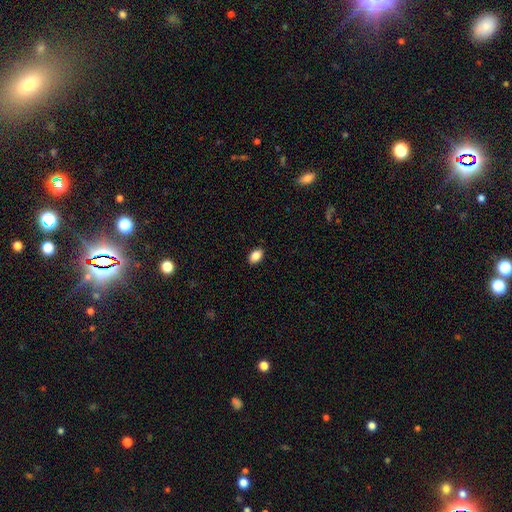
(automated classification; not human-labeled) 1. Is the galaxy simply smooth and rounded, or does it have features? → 87% smooth, 8% star or artifact, 4% featured or disk.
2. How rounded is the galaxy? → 87% in between, 12% round, 1% cigar-shaped.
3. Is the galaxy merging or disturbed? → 89% none, 8% minor disturbance, 2% major disturbance, 1% merger.